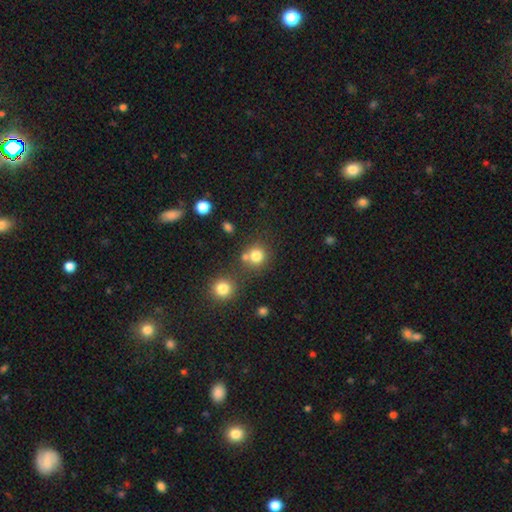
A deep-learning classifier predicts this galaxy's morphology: Smooth or featured: smooth — 79% (star or artifact — 13%)
How rounded: round — 89% (in between — 10%)
Merging: none — 64% (merger — 24%)